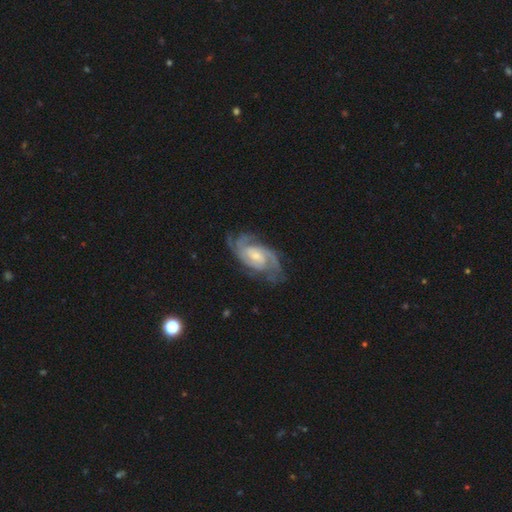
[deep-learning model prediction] This appears to be a featured or disk galaxy (90%) with no bar (46%), 2 (46%) tight (53%) spiral arms (98%) and a small central bulge (46%). Merging: none (72%).